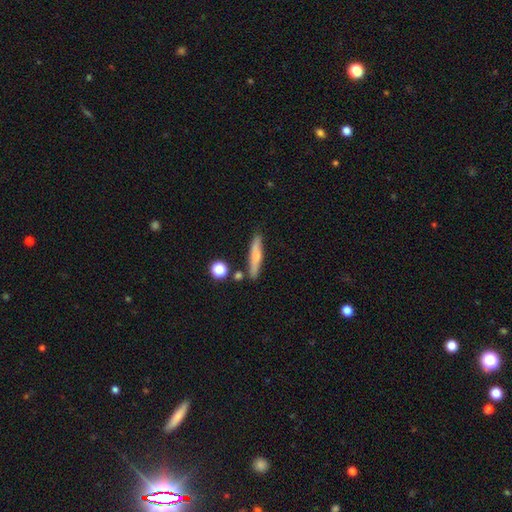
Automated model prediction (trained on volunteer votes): Smooth or featured?
  - smooth: 60% *
  - featured or disk: 32%
  - star or artifact: 8%
How rounded?
  - cigar-shaped: 88% *
  - in between: 9%
  - round: 3%
Merging?
  - none: 80% *
  - minor disturbance: 12%
  - merger: 5%
  - major disturbance: 3%